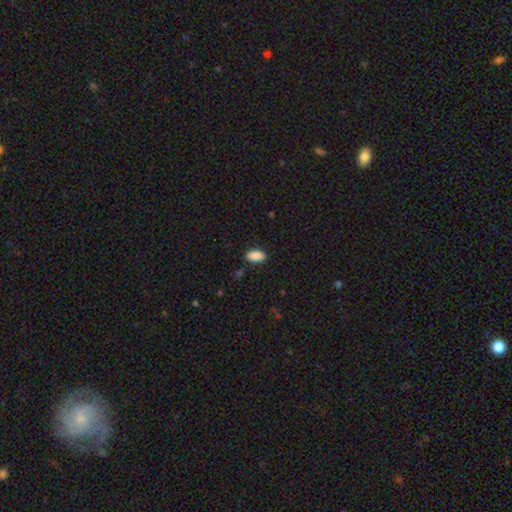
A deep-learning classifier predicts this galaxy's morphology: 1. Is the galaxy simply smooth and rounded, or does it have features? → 89% smooth, 7% star or artifact, 4% featured or disk.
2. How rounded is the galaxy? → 92% in between, 5% cigar-shaped, 3% round.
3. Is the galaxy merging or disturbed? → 87% none, 10% minor disturbance, 2% major disturbance, 1% merger.